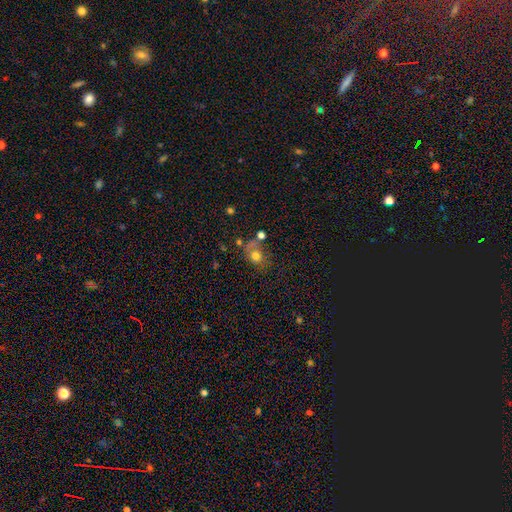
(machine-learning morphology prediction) Q: Smooth or featured?
A: smooth (70%); runner-up: featured or disk (15%)
Q: How rounded?
A: round (63%); runner-up: in between (35%)
Q: Merging?
A: none (47%); runner-up: merger (20%)